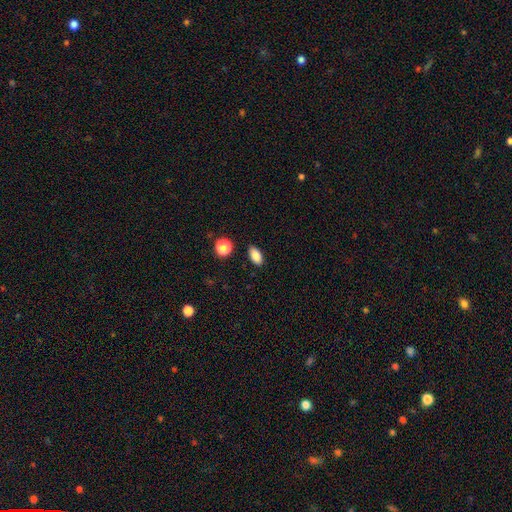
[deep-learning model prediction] Smooth or featured? smooth (85%)
How rounded? in between (90%)
Merging? none (88%)